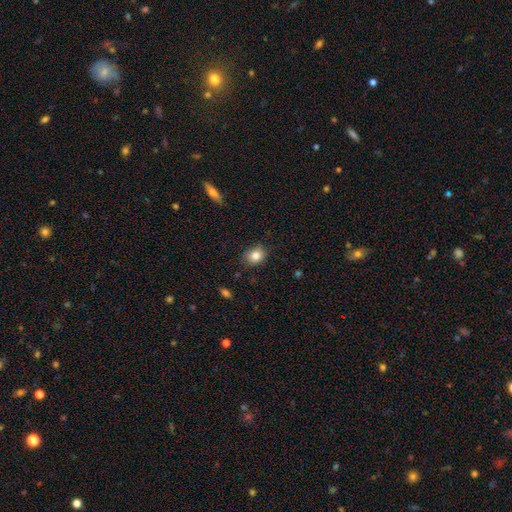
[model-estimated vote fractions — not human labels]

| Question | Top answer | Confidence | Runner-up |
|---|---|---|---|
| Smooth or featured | smooth | 84% | star or artifact (9%) |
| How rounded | in between | 51% | round (48%) |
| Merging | none | 82% | minor disturbance (14%) |